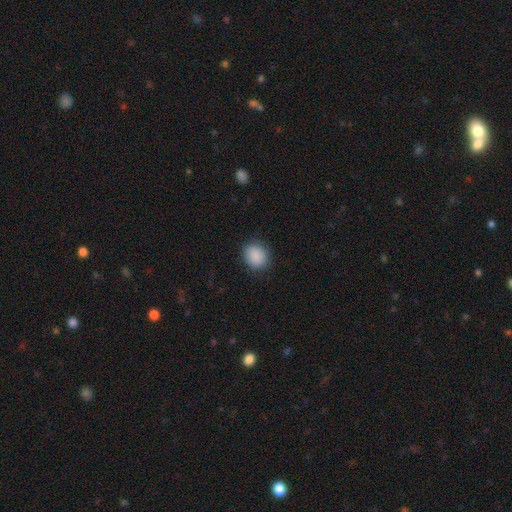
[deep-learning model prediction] Smooth or featured? Predicted: smooth (p=0.89). How rounded? Predicted: round (p=0.70). Merging? Predicted: none (p=0.87).